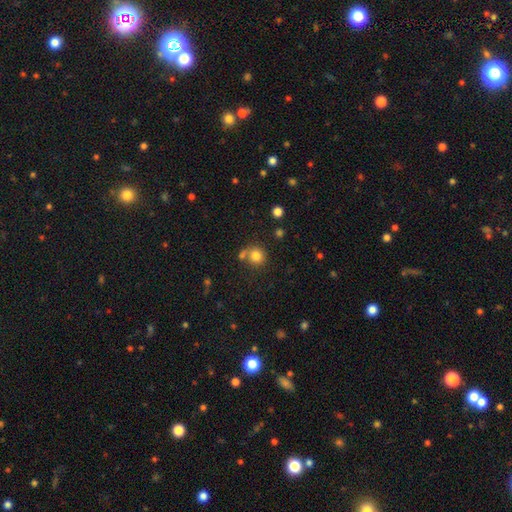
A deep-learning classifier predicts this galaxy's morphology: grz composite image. It shows a smooth galaxy with no disk features (81%) that is round (88%). Merging: none (63%).